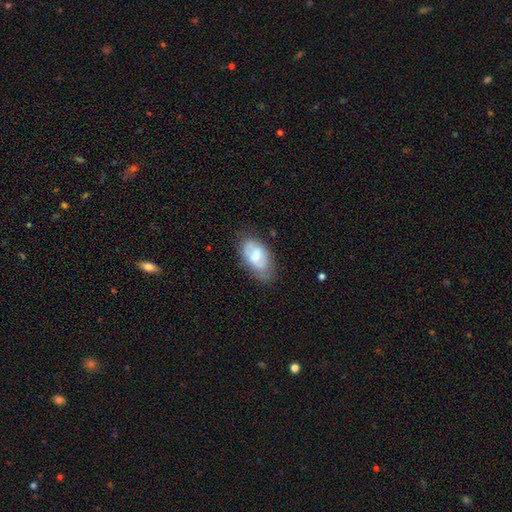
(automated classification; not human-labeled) Smooth or featured? Predicted: smooth (p=0.65). How rounded? Predicted: in between (p=0.93). Merging? Predicted: none (p=0.57).